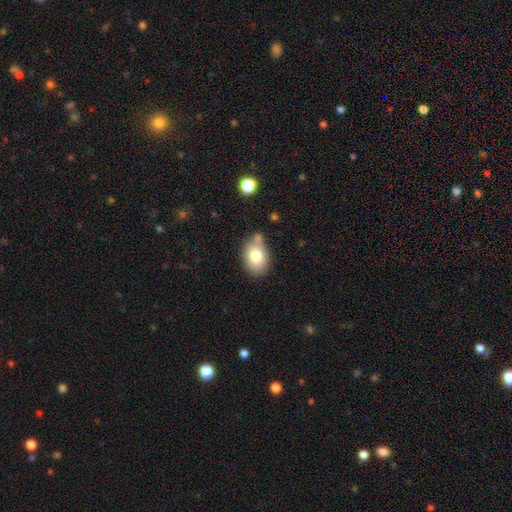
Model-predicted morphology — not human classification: This is likely a smooth galaxy (78%). How rounded: likely in between (77%). Merging: likely none (65%).